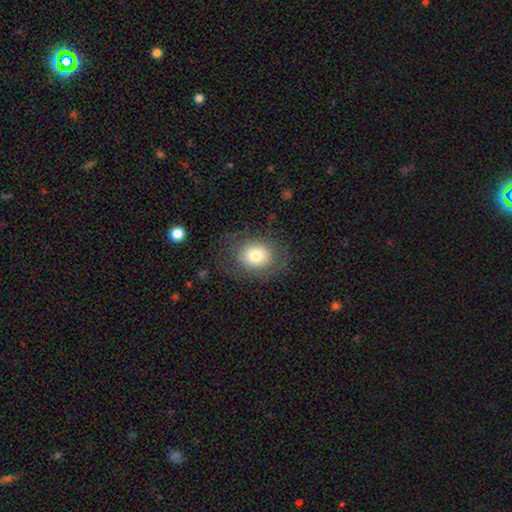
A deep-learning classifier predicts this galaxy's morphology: A smooth galaxy with no disk features (71%) that is in between round and cigar-shaped (52%).

Vote fractions:
- Smooth or featured? smooth: 71% / featured or disk: 20% / star or artifact: 9%
- How rounded? in between: 52% / round: 47% / cigar-shaped: 1%
- Merging? none: 70% / minor disturbance: 17% / major disturbance: 12% / merger: 1%